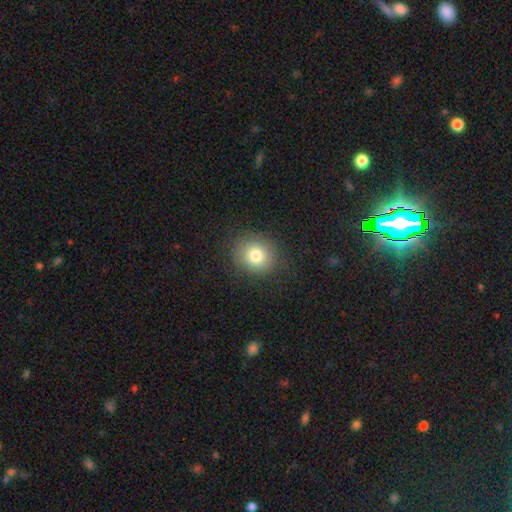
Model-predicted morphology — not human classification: A smooth galaxy with no disk features (79%) that is round (78%).

Vote fractions:
- Smooth or featured? smooth: 79% / star or artifact: 12% / featured or disk: 9%
- How rounded? round: 78% / in between: 21% / cigar-shaped: 1%
- Merging? none: 87% / minor disturbance: 9% / major disturbance: 3% / merger: 1%